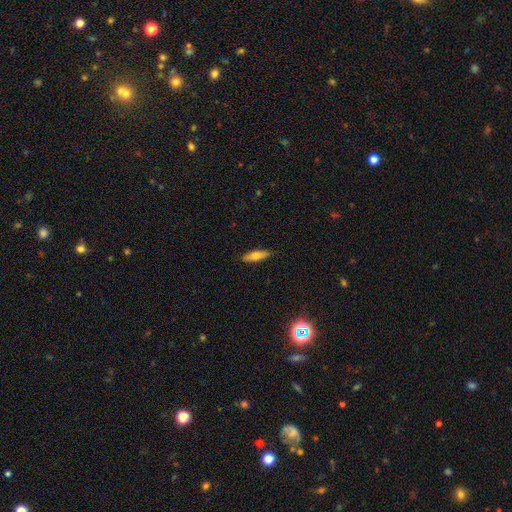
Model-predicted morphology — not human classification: This is likely a smooth galaxy (64%). How rounded: possibly cigar-shaped (53%). Merging: clearly none (88%).